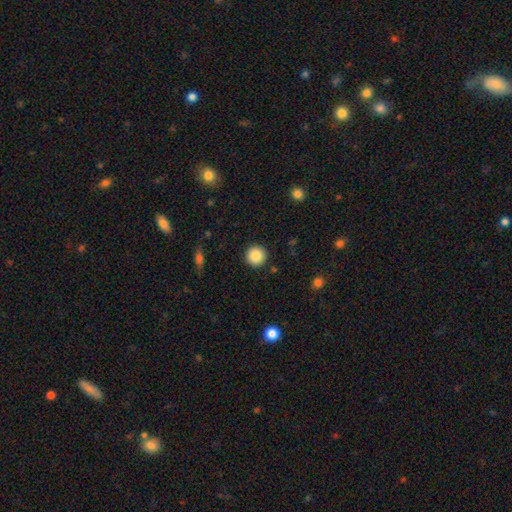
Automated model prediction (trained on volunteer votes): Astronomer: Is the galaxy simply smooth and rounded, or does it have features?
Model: smooth — 88%.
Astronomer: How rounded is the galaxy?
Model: round — 95%.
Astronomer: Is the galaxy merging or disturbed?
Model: none — 92%.